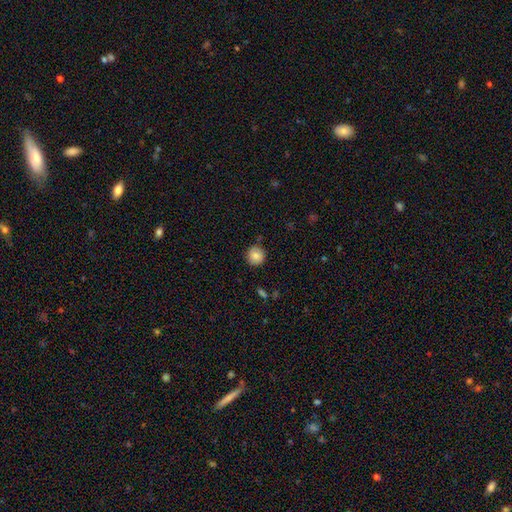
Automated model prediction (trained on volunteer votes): A smooth galaxy with no disk features (82%) that is round (91%). Merging: none (83%).